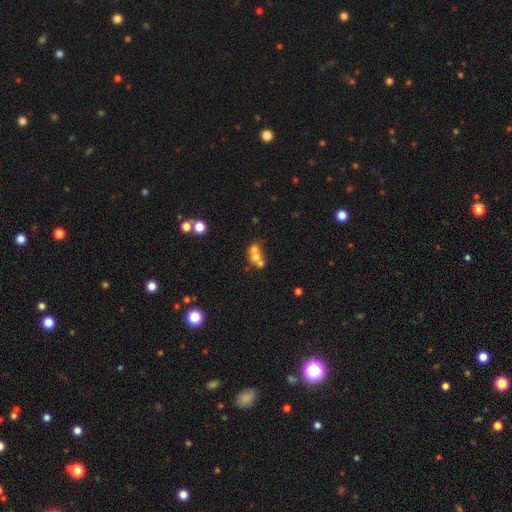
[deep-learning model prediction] Overall: smooth (54%; featured or disk 29%). How rounded: round (65%; in between 33%). Merging: merger (58%; none 29%).